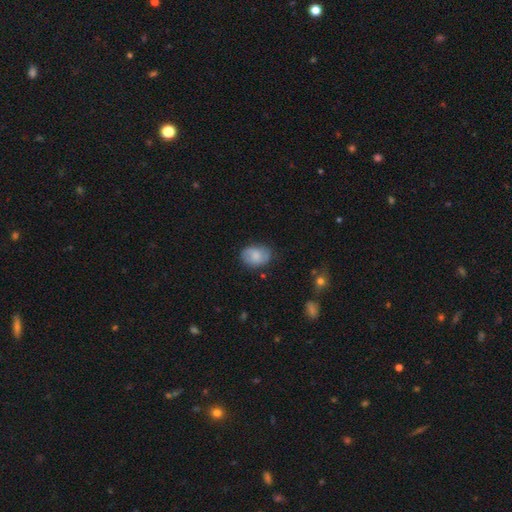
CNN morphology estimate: type=smooth (68%); roundness=in between (70%); merging=none (70%).